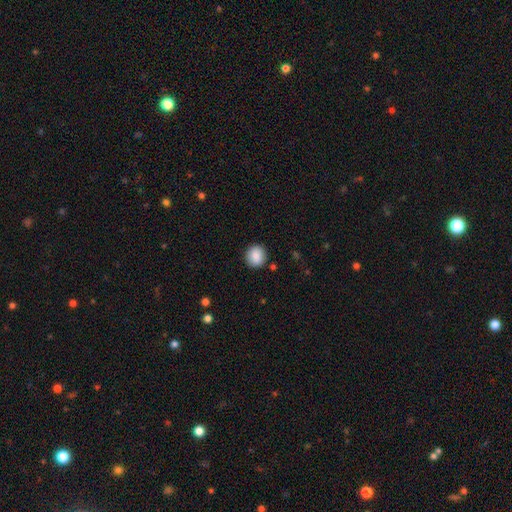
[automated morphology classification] smooth-or-featured: smooth: 87% | star or artifact: 8% | featured or disk: 5%
  how-rounded: round: 89% | in between: 10% | cigar-shaped: 1%
  merging: none: 90% | minor disturbance: 7% | major disturbance: 2% | merger: 1%